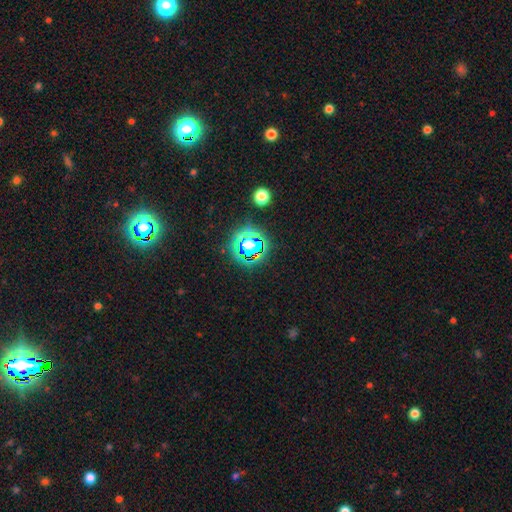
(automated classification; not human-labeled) Overall: star or artifact (80%).